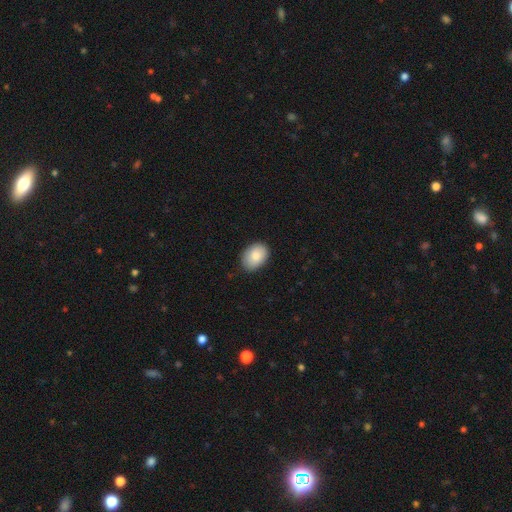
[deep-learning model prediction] smooth_or_featured: smooth (p=0.86) [alt: featured or disk p=0.08]
how_rounded: in between (p=0.81) [alt: round p=0.18]
merging: none (p=0.84) [alt: minor disturbance p=0.13]